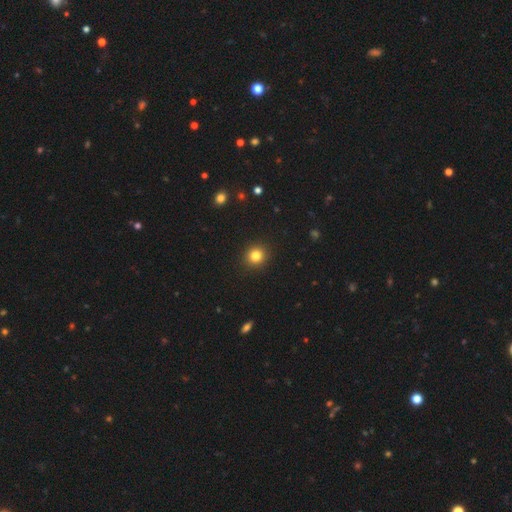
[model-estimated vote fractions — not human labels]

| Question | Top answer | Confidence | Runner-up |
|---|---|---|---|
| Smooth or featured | smooth | 82% | star or artifact (12%) |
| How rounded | round | 89% | in between (10%) |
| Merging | none | 92% | minor disturbance (5%) |